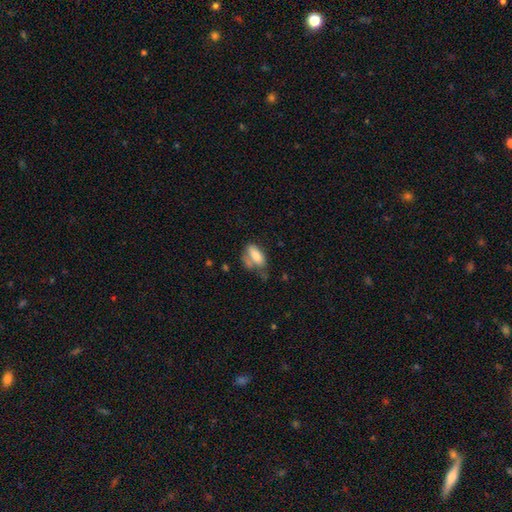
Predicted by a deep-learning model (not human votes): The model was most divided on "merging": none: 40%, minor disturbance: 27%, merger: 17%, major disturbance: 16%. More confident: how rounded — in between (86%); smooth or featured — smooth (76%).